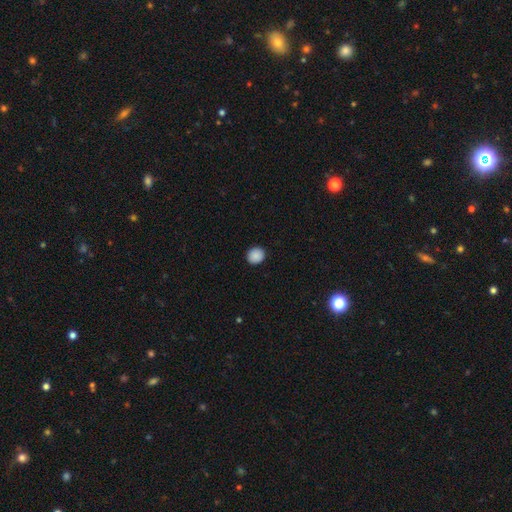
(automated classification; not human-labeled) smooth-or-featured: smooth: 89% | star or artifact: 8% | featured or disk: 2%
  how-rounded: round: 81% | in between: 18% | cigar-shaped: 1%
  merging: none: 91% | minor disturbance: 6% | major disturbance: 2% | merger: 1%